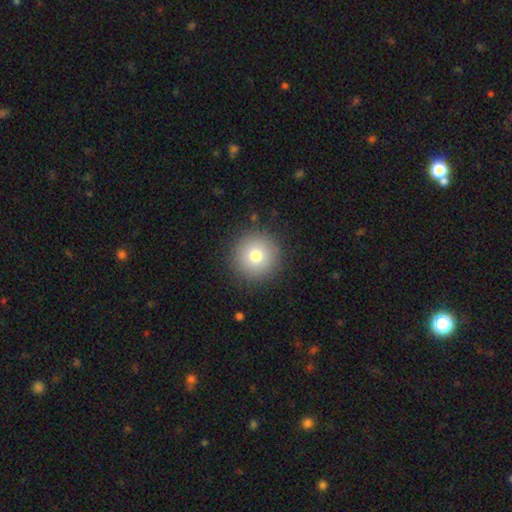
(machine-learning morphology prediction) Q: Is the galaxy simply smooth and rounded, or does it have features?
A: smooth — 77%.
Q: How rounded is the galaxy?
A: round — 96%.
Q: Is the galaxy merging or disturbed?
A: none — 90%.